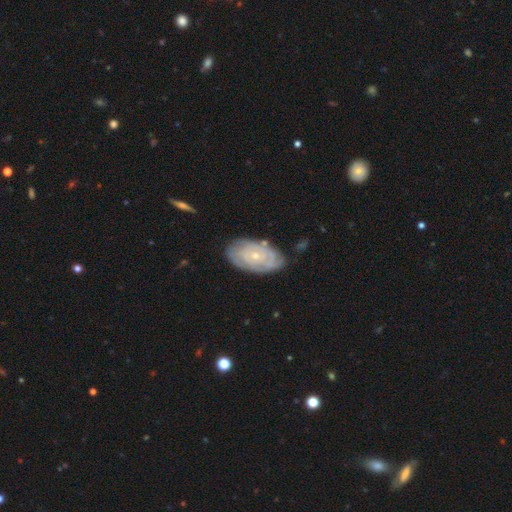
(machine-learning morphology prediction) smooth_or_featured: featured or disk (p=0.70) [alt: smooth p=0.24]
disk_edge_on: no (p=0.94) [alt: yes p=0.06]
bar: no (p=0.79) [alt: weak p=0.17]
has_spiral_arms: yes (p=0.81) [alt: no p=0.19]
spiral_winding: tight (p=0.78) [alt: medium p=0.17]
spiral_arm_count: can't tell (p=0.56) [alt: 2 p=0.17]
bulge_size: small (p=0.76) [alt: moderate p=0.20]
merging: none (p=0.76) [alt: minor disturbance p=0.18]